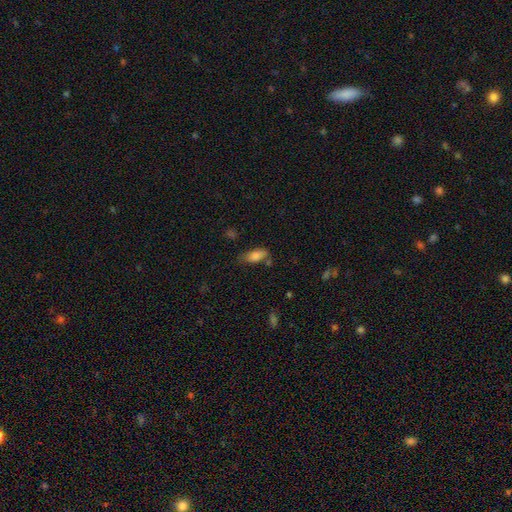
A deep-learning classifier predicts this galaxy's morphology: A smooth galaxy with no disk features (82%) that is in between round and cigar-shaped (83%).

Vote fractions:
- Smooth or featured? smooth: 82% / featured or disk: 10% / star or artifact: 8%
- How rounded? in between: 83% / cigar-shaped: 14% / round: 3%
- Merging? none: 62% / minor disturbance: 24% / merger: 7% / major disturbance: 6%